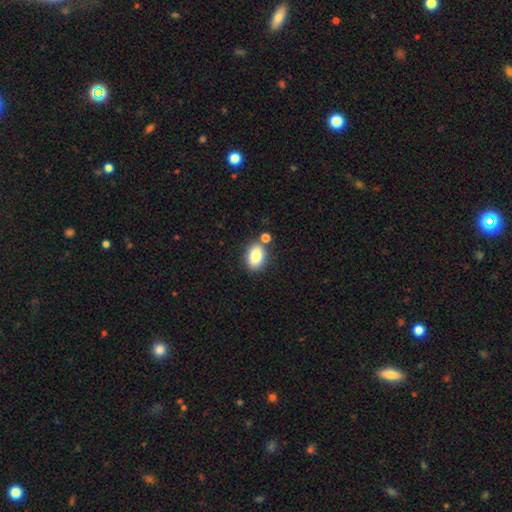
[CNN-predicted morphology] Smooth or featured: smooth — 83% (star or artifact — 9%)
How rounded: in between — 78% (round — 20%)
Merging: none — 71% (merger — 14%)